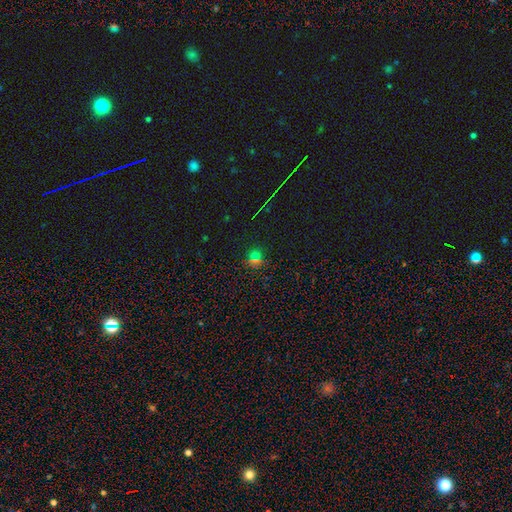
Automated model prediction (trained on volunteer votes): The model was most divided on "smooth or featured": smooth: 47%, star or artifact: 43%, featured or disk: 9%. More confident: merging — none (76%).